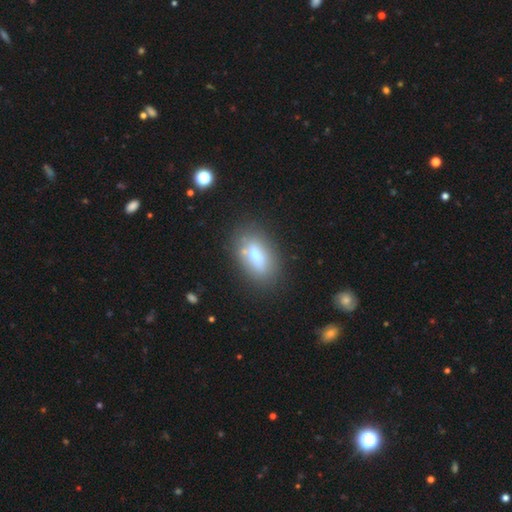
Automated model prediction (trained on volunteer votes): Smooth or featured? smooth (62%)
How rounded? in between (85%)
Merging? none (71%)